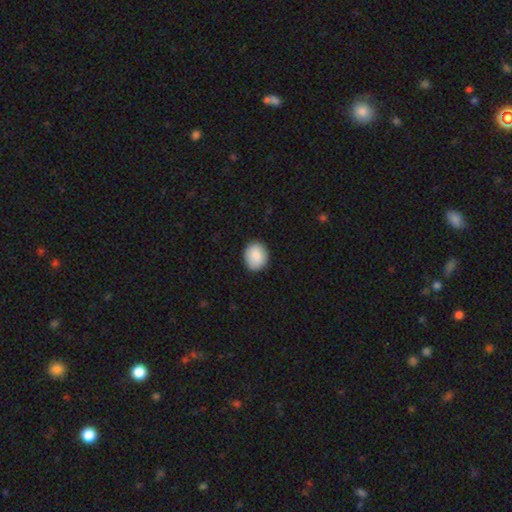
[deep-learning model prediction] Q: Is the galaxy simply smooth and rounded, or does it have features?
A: smooth — 88%.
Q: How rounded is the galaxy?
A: round — 59%.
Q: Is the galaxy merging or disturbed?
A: none — 88%.